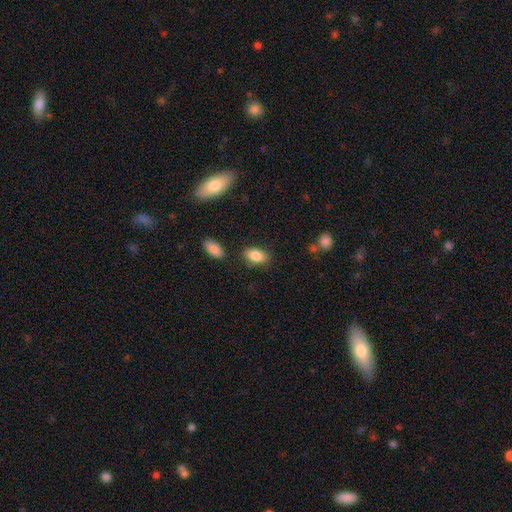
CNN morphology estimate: smooth-or-featured: smooth: 86% | star or artifact: 8% | featured or disk: 6%
  how-rounded: in between: 91% | round: 7% | cigar-shaped: 2%
  merging: none: 81% | minor disturbance: 12% | merger: 4% | major disturbance: 3%